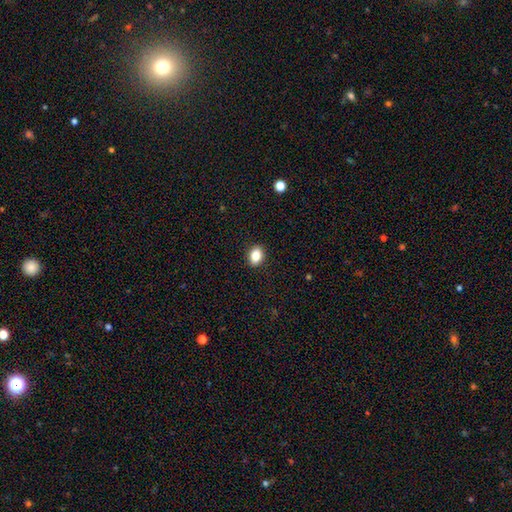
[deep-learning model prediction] A smooth galaxy with no disk features (85%) that is in between round and cigar-shaped (70%). Merging: none (90%).